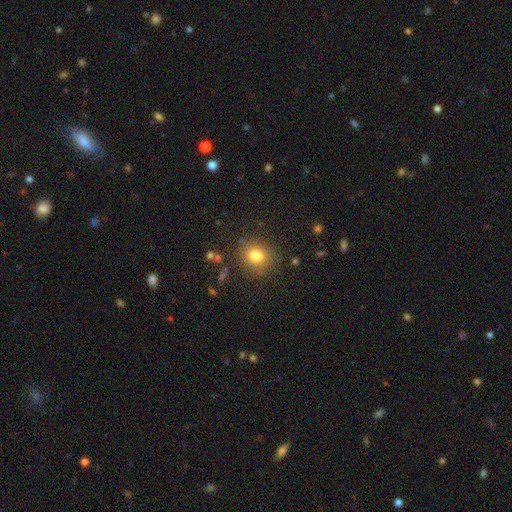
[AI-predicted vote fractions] A smooth galaxy with no disk features (80%) that is round (82%). Merging: none (83%).